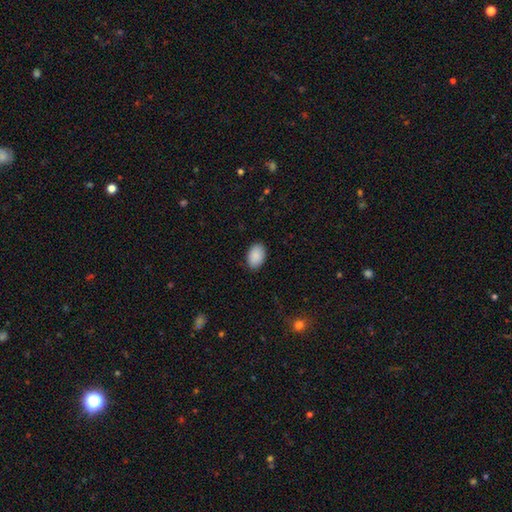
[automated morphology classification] type=smooth (90%); roundness=in between (89%); merging=none (88%).